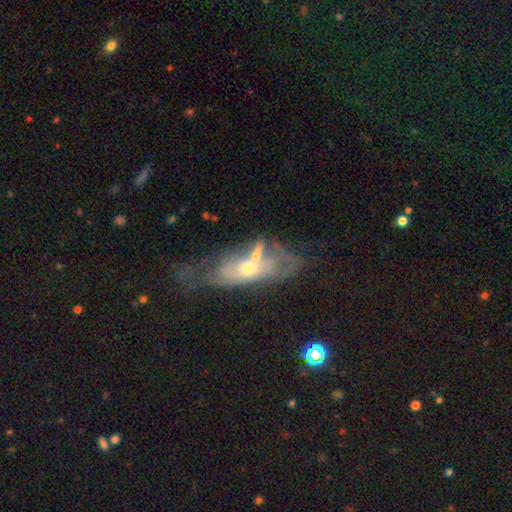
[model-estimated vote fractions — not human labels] smooth-or-featured: featured or disk: 55% | smooth: 38% | star or artifact: 8%
  disk-edge-on: no: 76% | yes: 24%
  merging: merger: 36% | none: 26% | major disturbance: 20% | minor disturbance: 18%